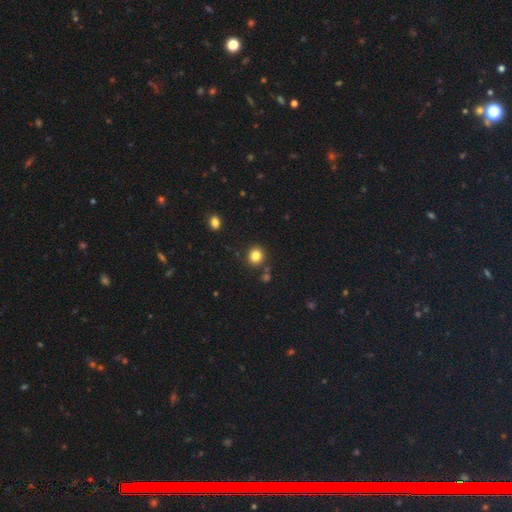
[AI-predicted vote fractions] This is clearly a smooth galaxy (83%). How rounded: clearly round (87%). Merging: clearly none (85%).